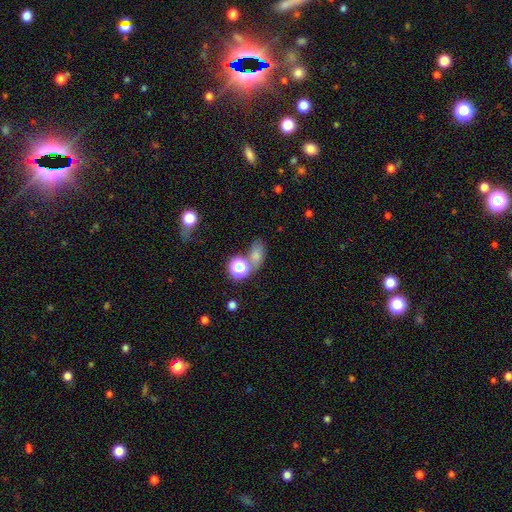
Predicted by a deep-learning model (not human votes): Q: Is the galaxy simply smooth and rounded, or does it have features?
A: smooth — 70%.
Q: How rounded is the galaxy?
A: in between — 70%.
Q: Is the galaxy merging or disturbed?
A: none — 56%.